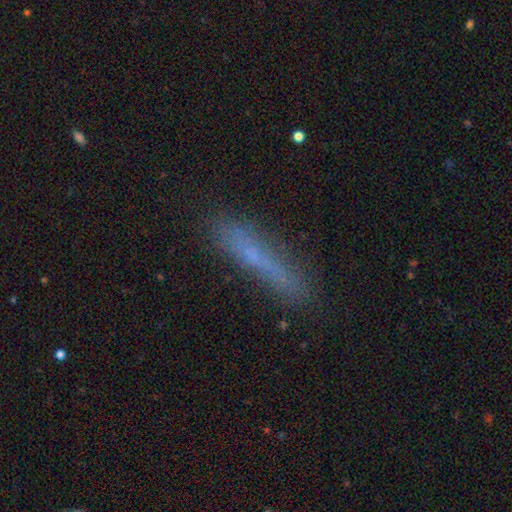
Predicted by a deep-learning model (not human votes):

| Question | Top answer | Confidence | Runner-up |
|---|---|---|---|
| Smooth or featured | smooth | 54% | featured or disk (35%) |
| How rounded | cigar-shaped | 91% | in between (7%) |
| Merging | none | 75% | minor disturbance (17%) |